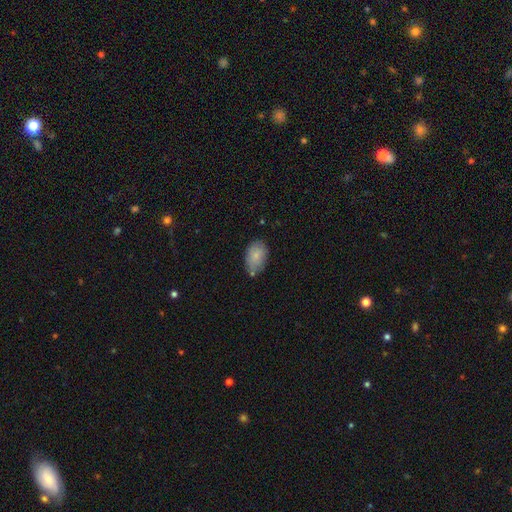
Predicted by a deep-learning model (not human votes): This appears to be a smooth galaxy with no disk features (82%) that is in between round and cigar-shaped (91%). Merging: none (71%).